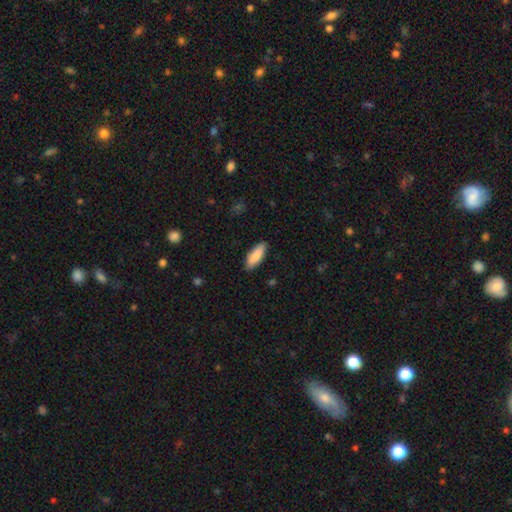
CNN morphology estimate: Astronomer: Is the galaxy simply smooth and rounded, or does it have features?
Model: smooth — 86%.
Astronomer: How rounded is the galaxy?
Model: in between — 64%.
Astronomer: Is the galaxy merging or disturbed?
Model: none — 86%.